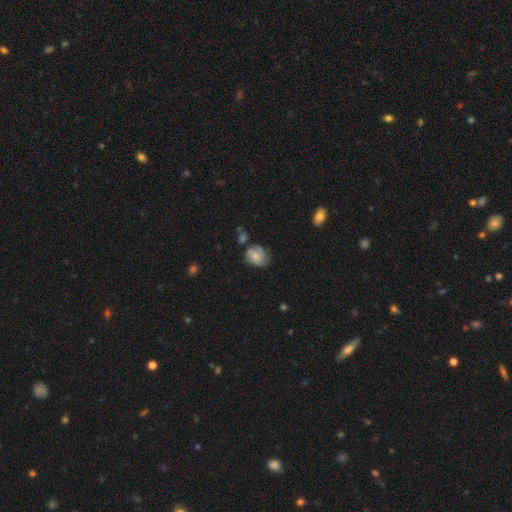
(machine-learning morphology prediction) Smooth or featured? smooth (55%)
How rounded? in between (55%)
Merging? none (51%)